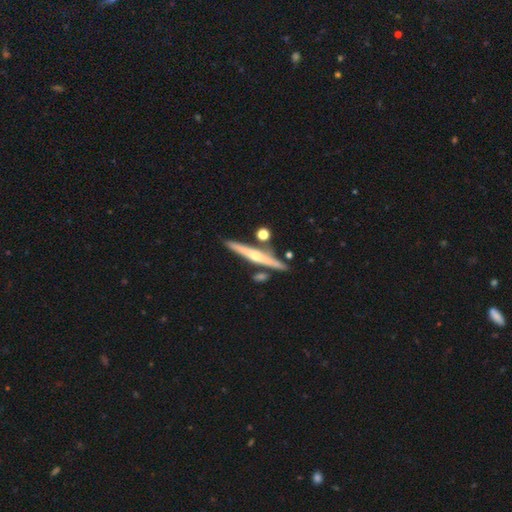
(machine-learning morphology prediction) smooth_or_featured: featured or disk (p=0.69) [alt: smooth p=0.25]
disk_edge_on: yes (p=0.96) [alt: no p=0.04]
edge_on_bulge: rounded (p=0.80) [alt: none p=0.15]
merging: none (p=0.81) [alt: minor disturbance p=0.10]